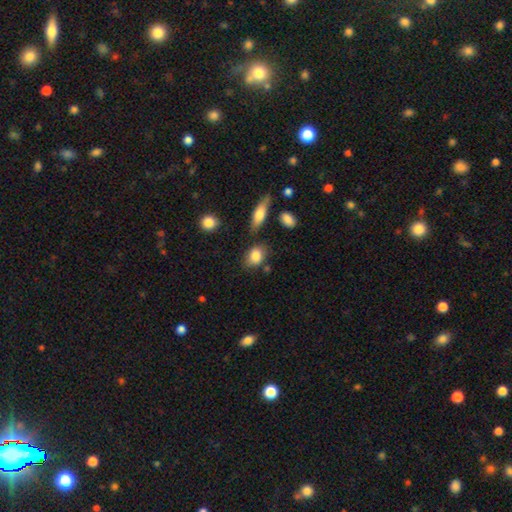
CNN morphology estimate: Smooth or featured: smooth — 83% (featured or disk — 9%)
How rounded: in between — 73% (round — 25%)
Merging: none — 71% (minor disturbance — 18%)